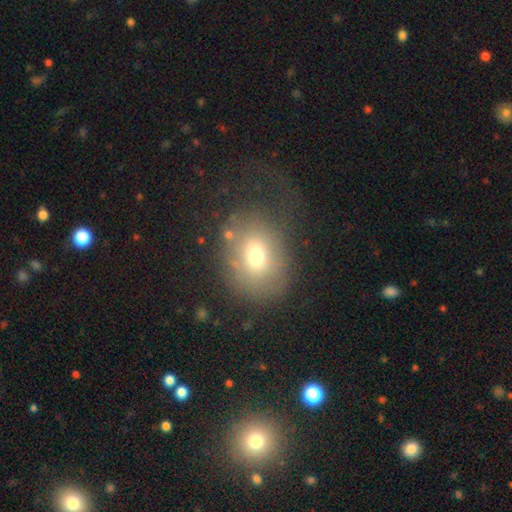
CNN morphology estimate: A smooth galaxy with no disk features (67%) that is round (51%). Merging: none (48%).